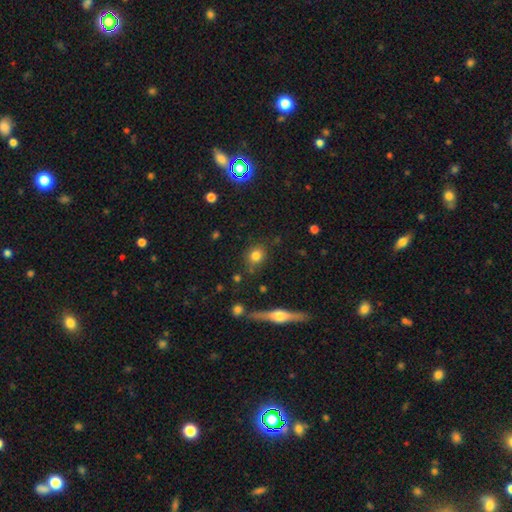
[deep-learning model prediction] Overall: smooth (79%). How rounded: round (69%). Merging: none (80%).